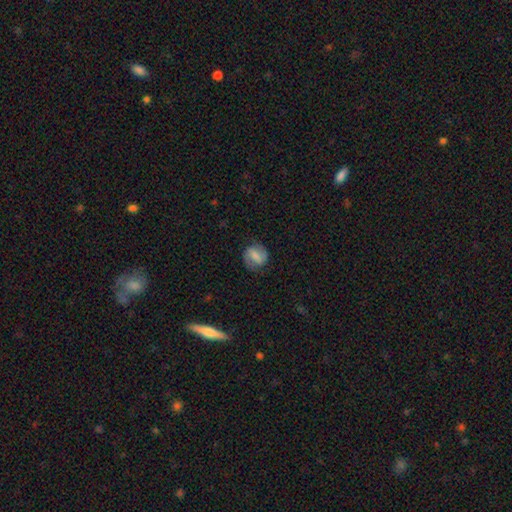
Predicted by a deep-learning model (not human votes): This is possibly a featured or disk galaxy (57%). It is clearly not viewed edge-on (97%). Bar: marginally weak (43%). Spiral arm pattern: clearly yes (87%). Central bulge: marginally small (37%). Merging: likely none (79%).